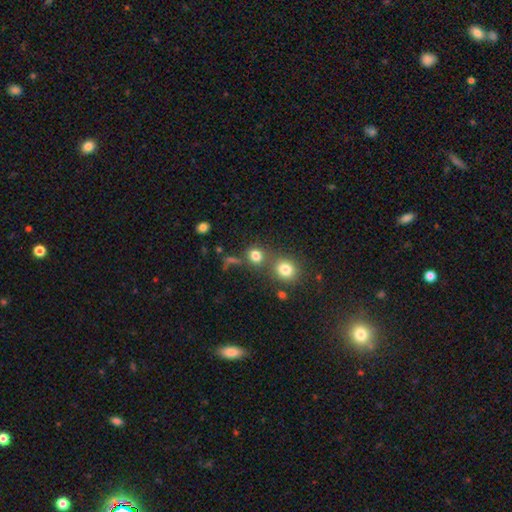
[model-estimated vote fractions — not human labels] Smooth or featured?
  - smooth: 79% *
  - star or artifact: 14%
  - featured or disk: 7%
How rounded?
  - round: 82% *
  - in between: 17%
  - cigar-shaped: 1%
Merging?
  - none: 57% *
  - merger: 29%
  - minor disturbance: 9%
  - major disturbance: 5%